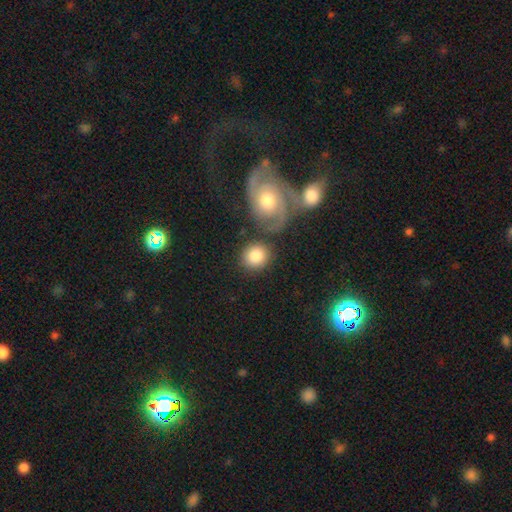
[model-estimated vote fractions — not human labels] A smooth galaxy with no disk features (81%) that is round (83%).

Vote fractions:
- Smooth or featured? smooth: 81% / featured or disk: 12% / star or artifact: 7%
- How rounded? round: 83% / in between: 16% / cigar-shaped: 1%
- Merging? none: 68% / merger: 17% / minor disturbance: 11% / major disturbance: 5%